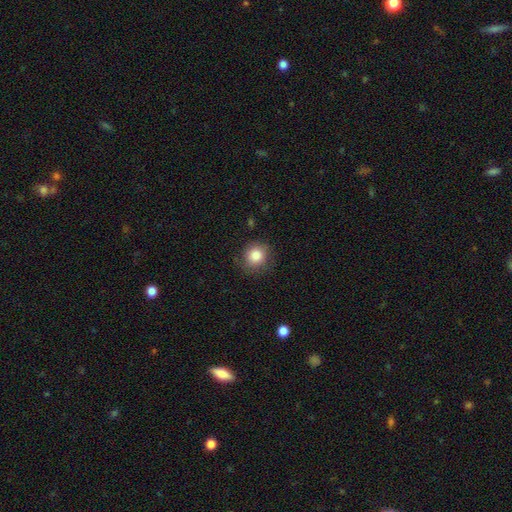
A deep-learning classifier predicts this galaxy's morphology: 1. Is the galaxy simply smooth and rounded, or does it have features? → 84% smooth, 10% star or artifact, 7% featured or disk.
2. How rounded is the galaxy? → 88% round, 11% in between, 1% cigar-shaped.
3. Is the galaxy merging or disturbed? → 82% none, 13% minor disturbance, 4% major disturbance, 1% merger.